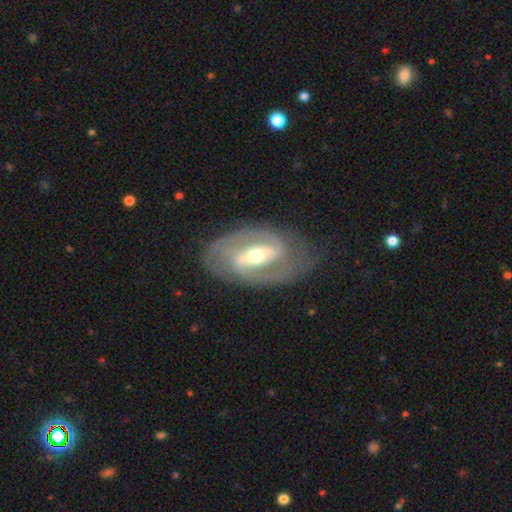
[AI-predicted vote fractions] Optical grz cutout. It shows a featured or disk galaxy (85%) with a strong bar (54%), 2 (79%) tight (47%) spiral arms (88%) and a moderate central bulge (60%). Merging: none (72%).